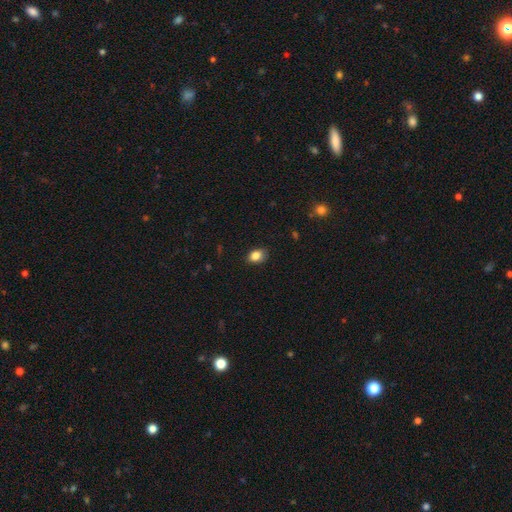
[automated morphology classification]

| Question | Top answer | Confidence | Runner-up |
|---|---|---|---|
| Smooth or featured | smooth | 84% | star or artifact (9%) |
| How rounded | in between | 76% | round (23%) |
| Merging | none | 82% | minor disturbance (15%) |